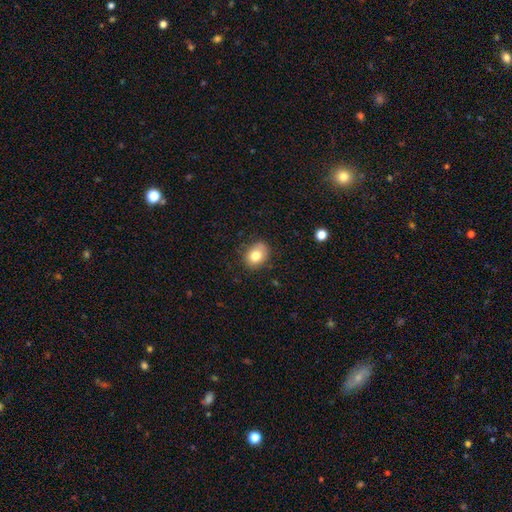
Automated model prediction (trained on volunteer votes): A smooth galaxy with no disk features (79%) that is in between round and cigar-shaped (56%).

Vote fractions:
- Smooth or featured? smooth: 79% / featured or disk: 11% / star or artifact: 9%
- How rounded? in between: 56% / round: 43% / cigar-shaped: 1%
- Merging? none: 76% / minor disturbance: 18% / major disturbance: 4% / merger: 1%